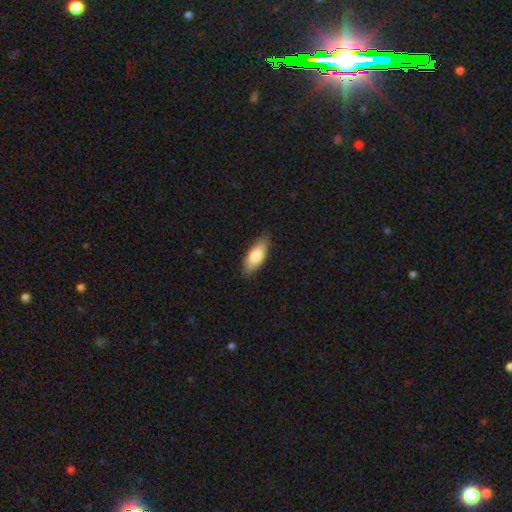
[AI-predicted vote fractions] Overall: smooth (78%). How rounded: in between (77%). Merging: none (84%).